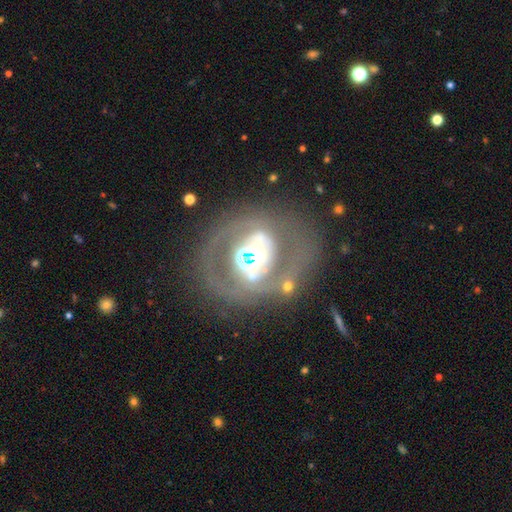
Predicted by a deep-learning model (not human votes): Smooth or featured? featured or disk (63%)
Edge-on disk? no (92%)
Bar? no (43%)
Spiral arms? no (64%)
Bulge size? moderate (37%, tied with large)
Merging? none (60%)